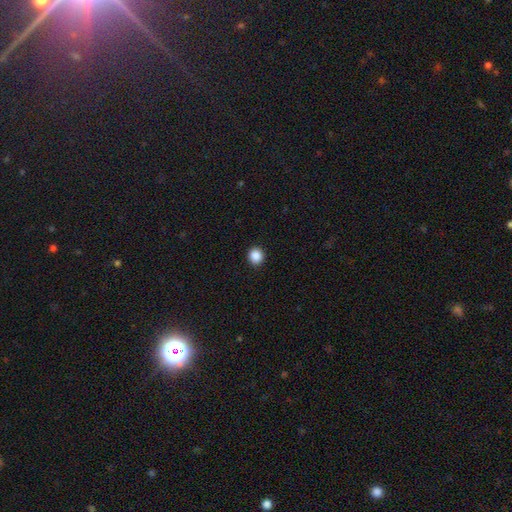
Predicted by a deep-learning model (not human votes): This is clearly a smooth galaxy (88%). How rounded: clearly round (92%). Merging: clearly none (93%).